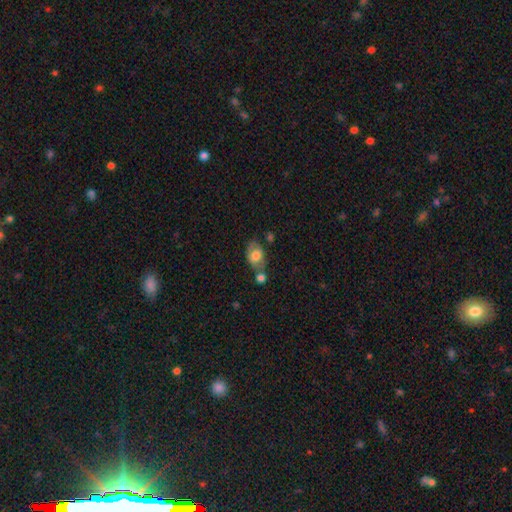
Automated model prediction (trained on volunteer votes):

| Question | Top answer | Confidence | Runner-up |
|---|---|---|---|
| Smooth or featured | smooth | 68% | featured or disk (25%) |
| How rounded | in between | 82% | round (16%) |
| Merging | none | 47% | merger (26%) |